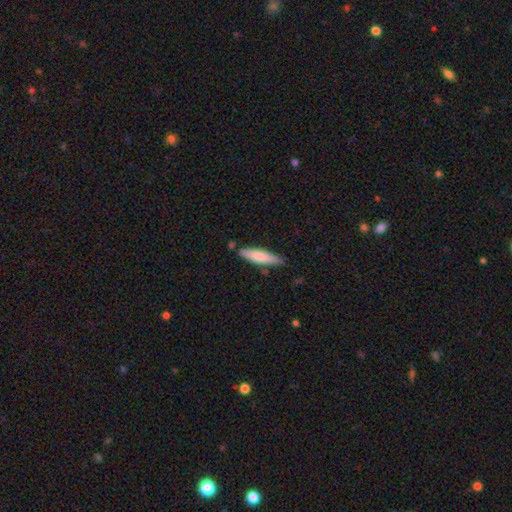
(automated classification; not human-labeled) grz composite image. It shows a smooth galaxy with no disk features (75%) that is cigar-shaped (79%). Merging: none (80%).